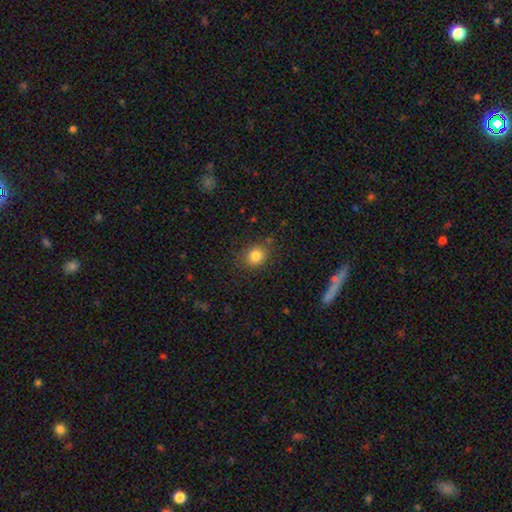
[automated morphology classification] A smooth galaxy with no disk features (82%) that is round (67%).

Vote fractions:
- Smooth or featured? smooth: 82% / star or artifact: 11% / featured or disk: 7%
- How rounded? round: 67% / in between: 32% / cigar-shaped: 1%
- Merging? none: 82% / minor disturbance: 13% / major disturbance: 4% / merger: 2%